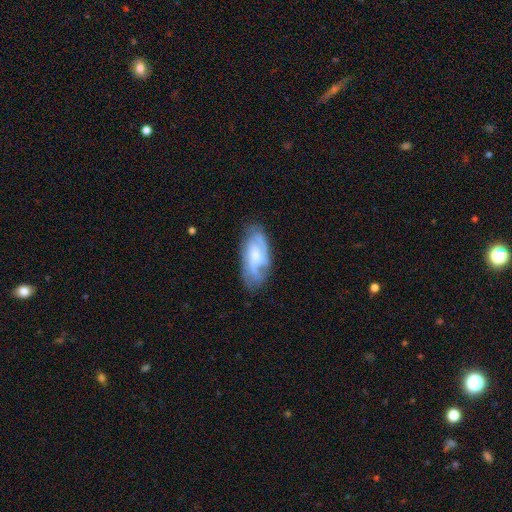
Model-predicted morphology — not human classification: Q: Smooth or featured?
A: featured or disk (66%); runner-up: smooth (27%)
Q: Edge-on disk?
A: no (93%); runner-up: yes (7%)
Q: Bar?
A: no (62%); runner-up: weak (32%)
Q: Spiral arms?
A: yes (88%); runner-up: no (12%)
Q: Spiral winding?
A: medium (43%); runner-up: tight (41%)
Q: Spiral arm count?
A: can't tell (34%); runner-up: 2 (33%)
Q: Bulge size?
A: small (50%); runner-up: moderate (34%)
Q: Merging?
A: none (69%); runner-up: minor disturbance (22%)